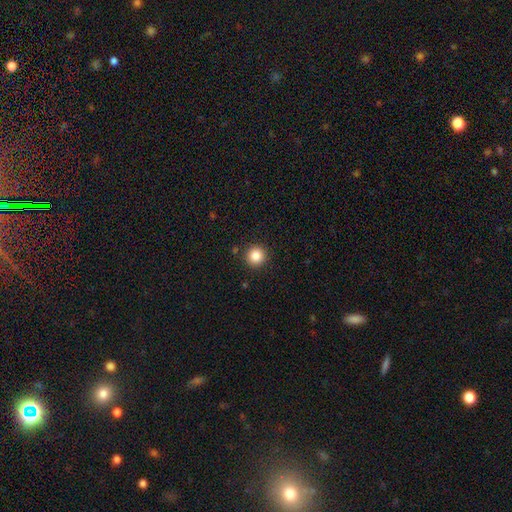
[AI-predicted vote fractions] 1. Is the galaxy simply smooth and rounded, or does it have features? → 85% smooth, 10% star or artifact, 4% featured or disk.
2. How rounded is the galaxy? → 95% round, 4% in between, 1% cigar-shaped.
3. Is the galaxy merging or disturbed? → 91% none, 6% minor disturbance, 2% major disturbance, 2% merger.